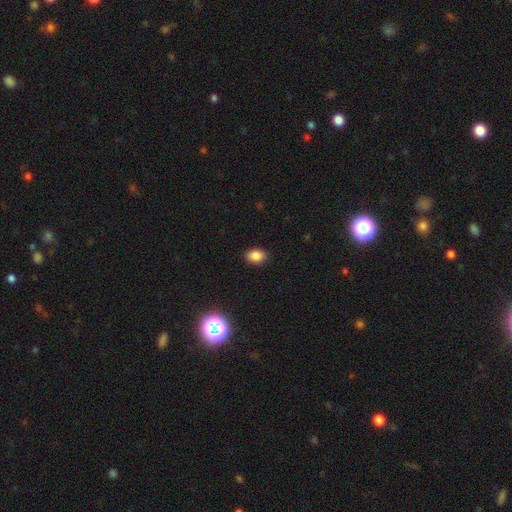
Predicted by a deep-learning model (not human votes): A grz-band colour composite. It shows a smooth galaxy with no disk features (85%) that is in between round and cigar-shaped (71%). Merging: none (89%).